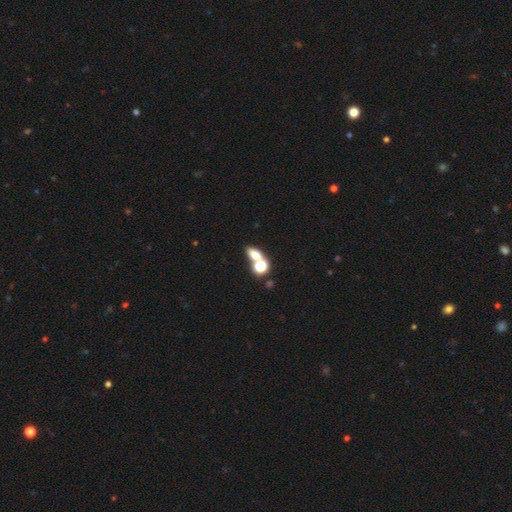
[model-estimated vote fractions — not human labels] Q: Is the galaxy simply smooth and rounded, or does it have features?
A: smooth — 65%.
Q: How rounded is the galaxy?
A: in between — 67%.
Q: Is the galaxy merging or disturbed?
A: merger — 44%.